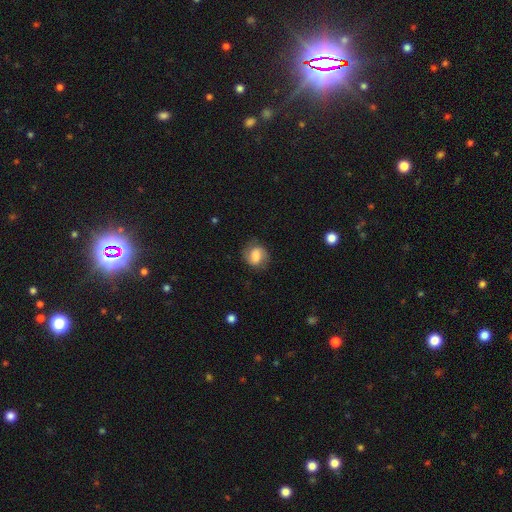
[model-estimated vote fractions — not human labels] Smooth or featured?
  - smooth: 56% *
  - featured or disk: 35%
  - star or artifact: 9%
How rounded?
  - round: 65% *
  - in between: 34%
  - cigar-shaped: 1%
Merging?
  - none: 78% *
  - minor disturbance: 16%
  - major disturbance: 6%
  - merger: 1%